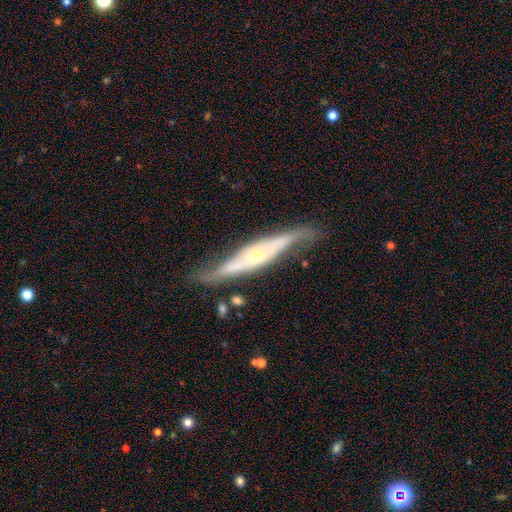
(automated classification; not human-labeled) featured or disk 78%, smooth 16%, star or artifact 6%. Down the decision tree: edge-on disk — yes (56%); merging — none (66%).